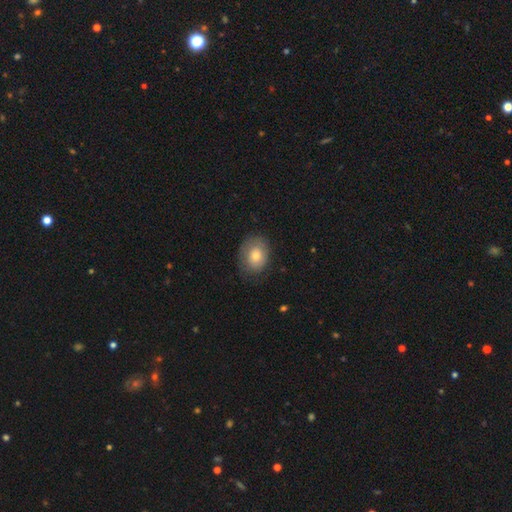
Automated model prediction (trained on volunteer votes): This is likely a smooth galaxy (71%). How rounded: possibly in between (54%). Merging: likely none (75%).